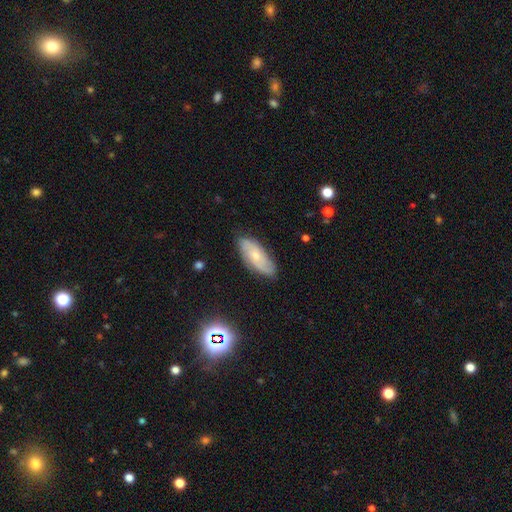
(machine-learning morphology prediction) This appears to be a featured or disk galaxy (50%). Merging: none (79%).